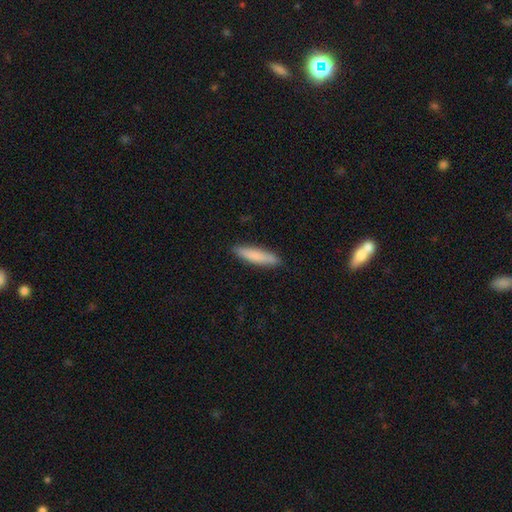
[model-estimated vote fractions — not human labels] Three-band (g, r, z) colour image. It shows a smooth galaxy with no disk features (82%) that is cigar-shaped (82%). Merging: none (87%).